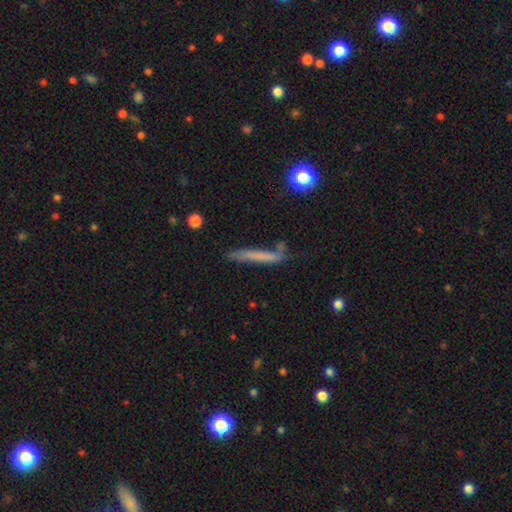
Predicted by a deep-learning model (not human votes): smooth-or-featured: smooth: 59% | featured or disk: 32% | star or artifact: 9%
  how-rounded: cigar-shaped: 93% | in between: 5% | round: 2%
  merging: none: 60% | minor disturbance: 23% | major disturbance: 9% | merger: 7%